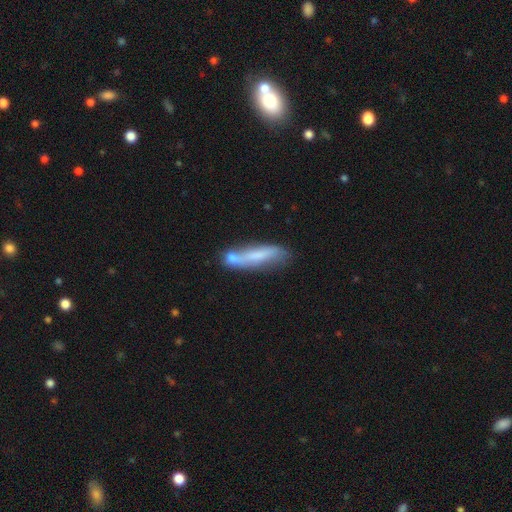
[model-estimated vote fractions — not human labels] Overall: smooth (59%; featured or disk 34%). How rounded: cigar-shaped (76%). Merging: none (44%; merger 25%).